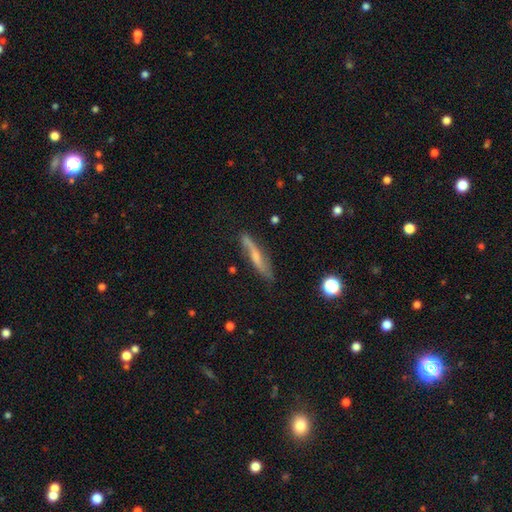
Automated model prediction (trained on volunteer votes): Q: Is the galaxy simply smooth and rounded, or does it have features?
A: featured or disk — 56%.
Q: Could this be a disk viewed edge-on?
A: yes — 65%.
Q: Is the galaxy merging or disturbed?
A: none — 71%.